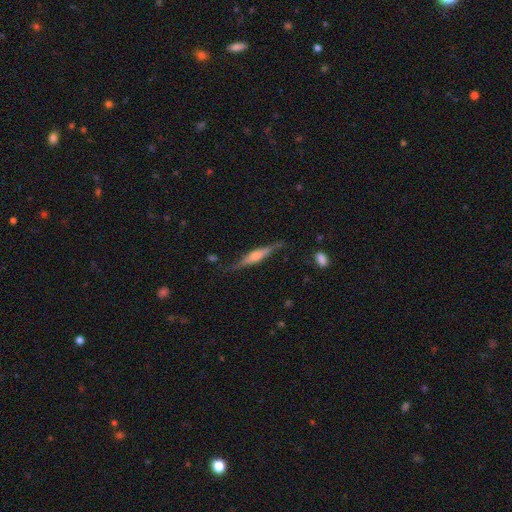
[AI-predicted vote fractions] Overall: featured or disk (67%; smooth 27%). Edge-on disk: yes (96%). Edge-on bulge: rounded (62%; boxy 30%). Merging: none (79%).